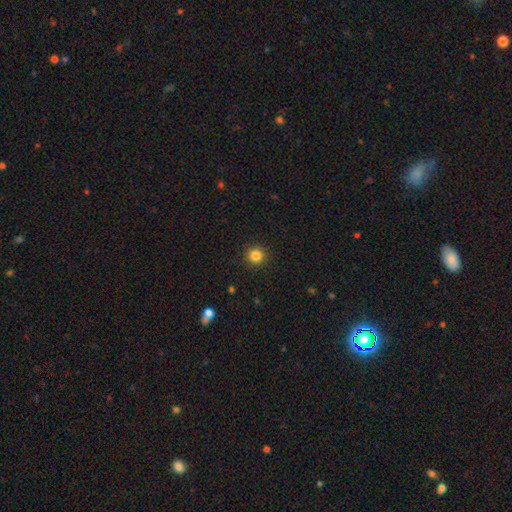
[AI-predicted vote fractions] This appears to be a smooth galaxy with no disk features (84%) that is round (94%). Merging: none (92%).